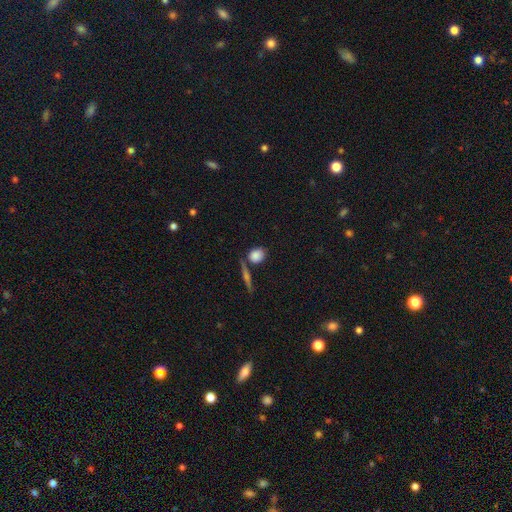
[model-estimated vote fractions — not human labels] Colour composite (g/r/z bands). It shows a smooth galaxy with no disk features (83%) that is round (63%). Merging: none (72%).